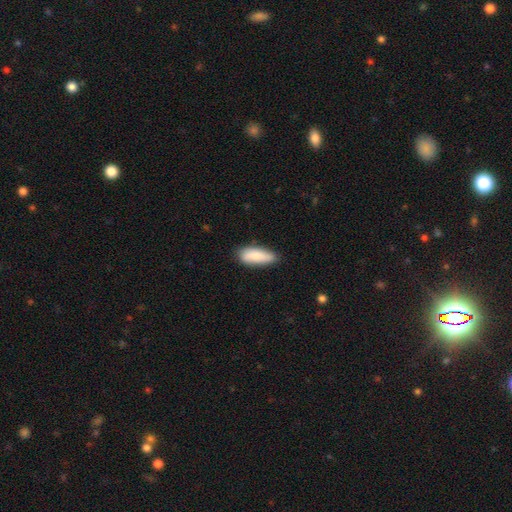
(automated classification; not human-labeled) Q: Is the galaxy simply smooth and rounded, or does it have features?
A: smooth — 84%.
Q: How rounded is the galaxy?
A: in between — 70%.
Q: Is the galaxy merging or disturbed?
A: none — 74%.